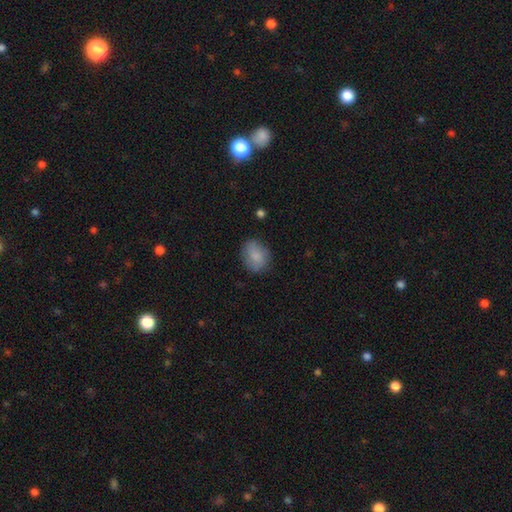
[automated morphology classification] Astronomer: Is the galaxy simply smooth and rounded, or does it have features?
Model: smooth — 82%.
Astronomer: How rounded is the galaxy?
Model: in between — 52% (runner-up: round, 47%).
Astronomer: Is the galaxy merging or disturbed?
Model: none — 75%.